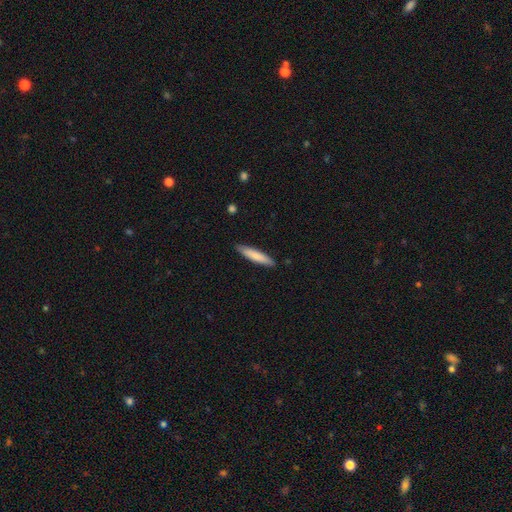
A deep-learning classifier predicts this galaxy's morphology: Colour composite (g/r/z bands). It shows a smooth galaxy with no disk features (79%) that is cigar-shaped (88%). Merging: none (88%).